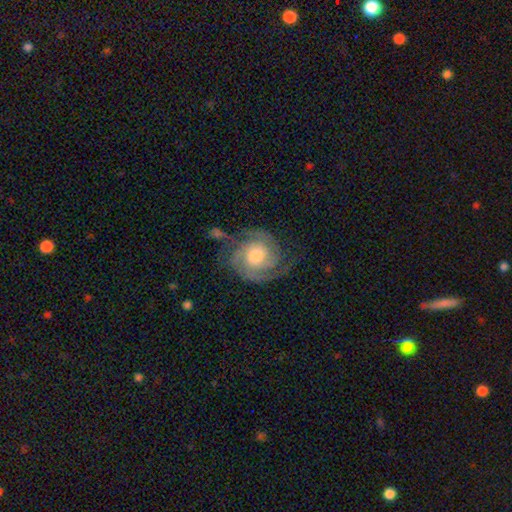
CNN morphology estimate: Smooth or featured?
  - featured or disk: 85% *
  - smooth: 10%
  - star or artifact: 5%
Edge-on disk?
  - no: 98% *
  - yes: 2%
Bar?
  - no: 76% *
  - weak: 20%
  - strong: 4%
Spiral arms?
  - yes: 97% *
  - no: 3%
Spiral winding?
  - tight: 56% *
  - medium: 35%
  - loose: 9%
Spiral arm count?
  - 2: 56% *
  - 3: 20%
  - can't tell: 12%
  - 4: 4%
  - 1: 4%
  - more than 4: 4%
Bulge size?
  - moderate: 64% *
  - small: 18%
  - large: 14%
  - none: 2%
  - dominant: 2%
Merging?
  - none: 67% *
  - minor disturbance: 18%
  - major disturbance: 12%
  - merger: 2%